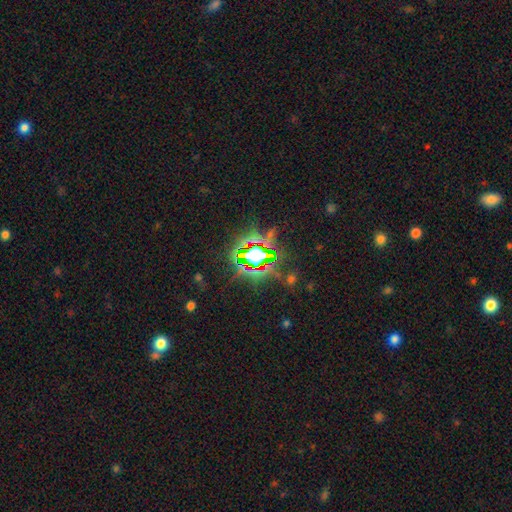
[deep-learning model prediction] Morphology: type=star or artifact (76%).